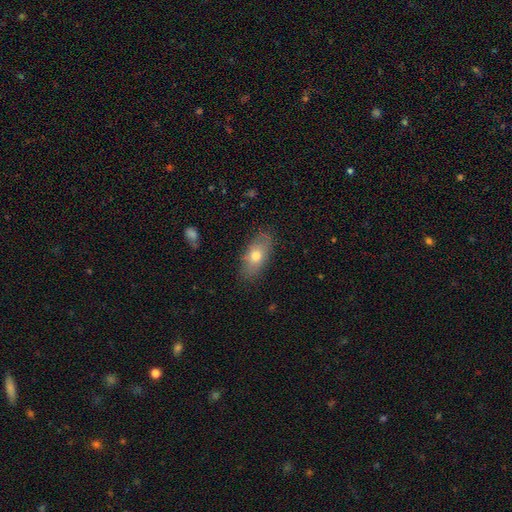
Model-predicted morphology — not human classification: smooth 68%, featured or disk 24%, star or artifact 9%. Down the decision tree: how rounded — in between (85%); merging — none (84%).